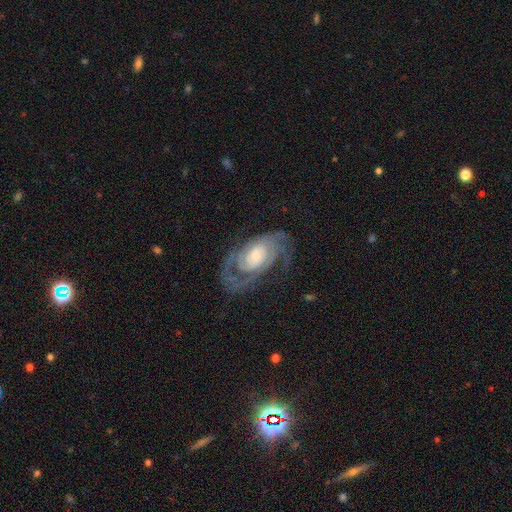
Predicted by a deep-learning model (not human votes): featured or disk 86%, smooth 8%, star or artifact 5%. Down the decision tree: edge-on disk — no (96%); bar — no (65%); spiral arms — yes (95%); spiral arm count — 2 (55%); spiral winding — tight (58%); bulge size — small (48%); merging — none (66%).